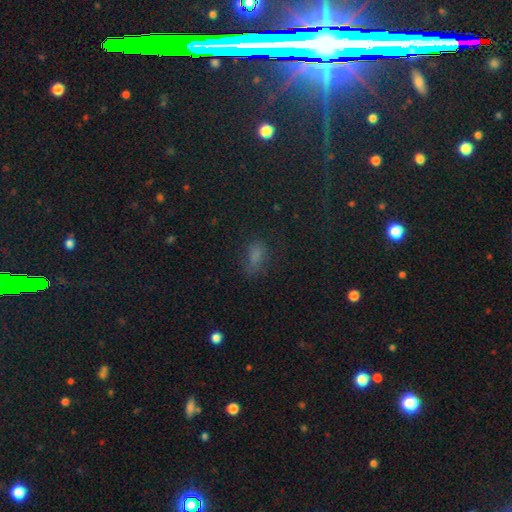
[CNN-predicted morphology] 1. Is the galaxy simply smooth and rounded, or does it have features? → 64% smooth, 26% star or artifact, 9% featured or disk.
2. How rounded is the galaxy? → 81% in between, 12% round, 7% cigar-shaped.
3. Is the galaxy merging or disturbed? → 54% none, 26% minor disturbance, 16% major disturbance, 4% merger.